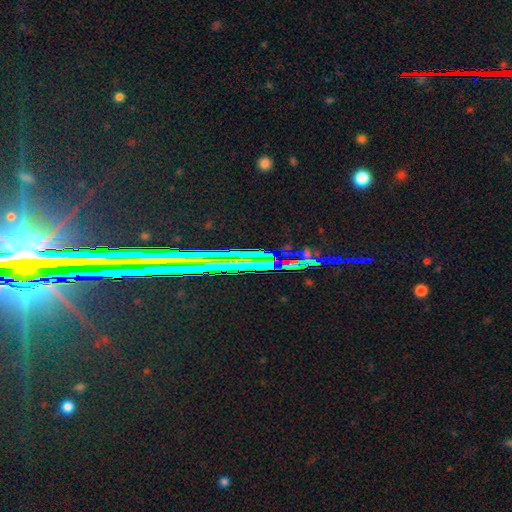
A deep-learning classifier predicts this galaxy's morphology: Overall: star or artifact (75%).